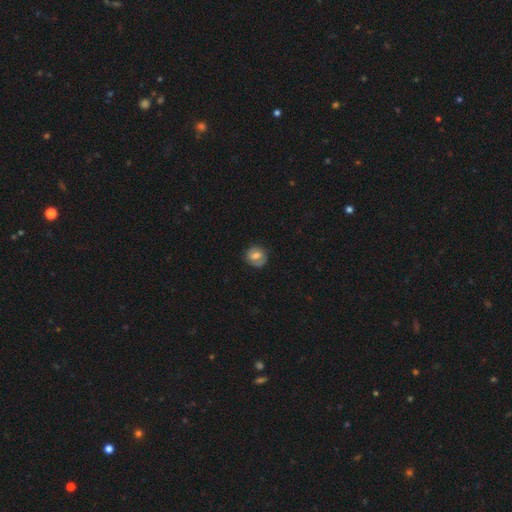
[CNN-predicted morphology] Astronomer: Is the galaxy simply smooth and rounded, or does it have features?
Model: smooth — 61%.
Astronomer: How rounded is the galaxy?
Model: round — 78%.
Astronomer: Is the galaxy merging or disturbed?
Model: none — 75%.